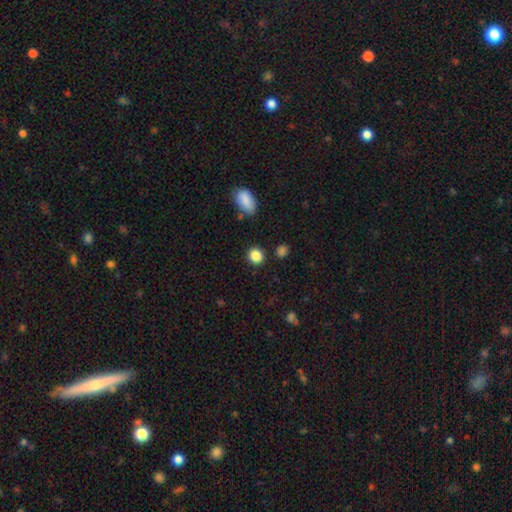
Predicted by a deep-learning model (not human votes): A smooth galaxy with no disk features (86%) that is round (81%). Merging: none (86%).